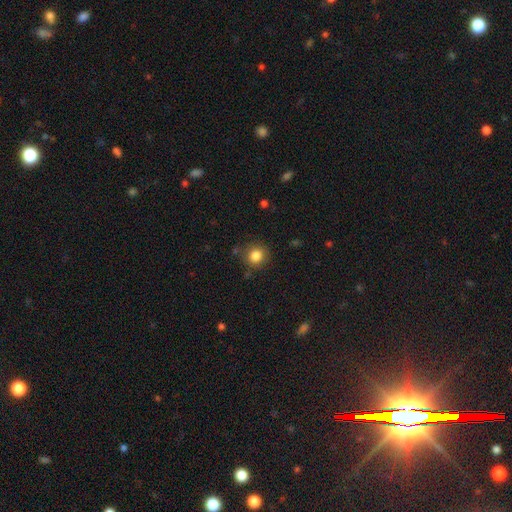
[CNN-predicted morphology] smooth 84%, star or artifact 11%, featured or disk 6%. Down the decision tree: how rounded — round (85%); merging — none (83%).